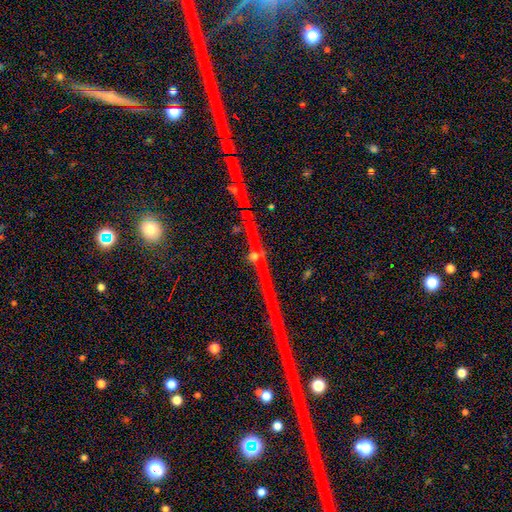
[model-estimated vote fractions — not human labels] This appears to be a star or artifact, not a galaxy (68%).